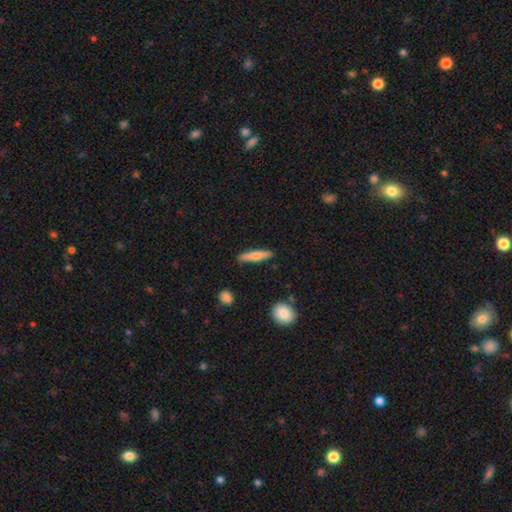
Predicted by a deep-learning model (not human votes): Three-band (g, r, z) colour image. It shows a smooth galaxy with no disk features (65%) that is cigar-shaped (85%). Merging: none (87%).